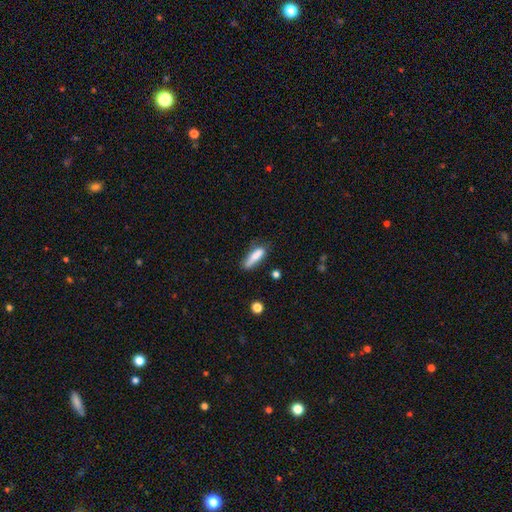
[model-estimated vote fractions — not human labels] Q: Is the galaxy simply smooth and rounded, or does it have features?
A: smooth — 78%.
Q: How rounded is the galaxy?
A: cigar-shaped — 63%.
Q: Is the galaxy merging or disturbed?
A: none — 61%.